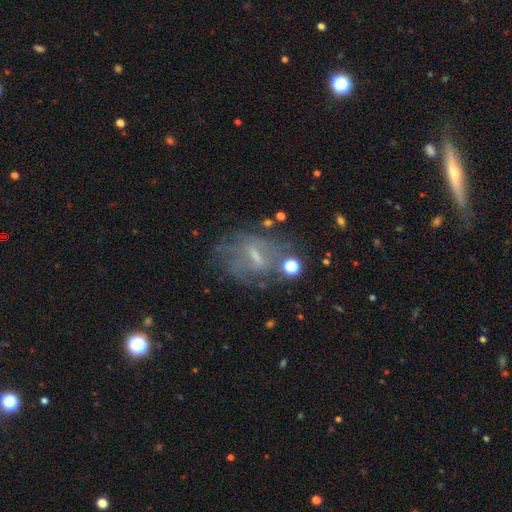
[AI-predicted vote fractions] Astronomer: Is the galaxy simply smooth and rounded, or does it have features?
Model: featured or disk — 59%.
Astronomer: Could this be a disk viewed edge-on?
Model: no — 93%.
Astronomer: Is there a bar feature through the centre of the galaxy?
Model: weak — 49% (runner-up: no, 30%).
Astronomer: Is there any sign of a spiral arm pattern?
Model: yes — 51% (runner-up: no, 49%).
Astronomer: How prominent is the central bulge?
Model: small — 50% (runner-up: moderate, 26%).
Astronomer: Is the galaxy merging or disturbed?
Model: none — 50%.